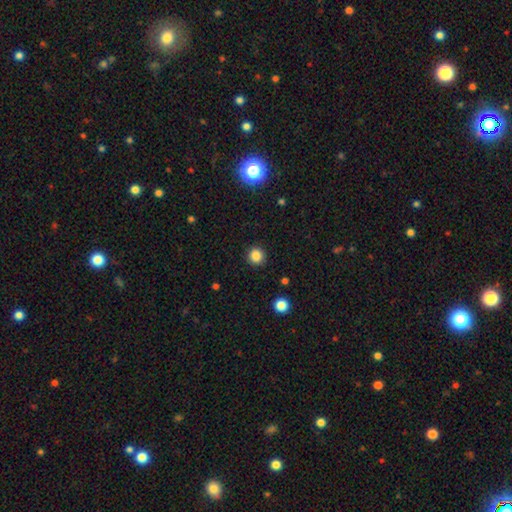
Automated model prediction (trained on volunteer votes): Morphology: type=smooth (85%); roundness=round (93%); merging=none (91%).